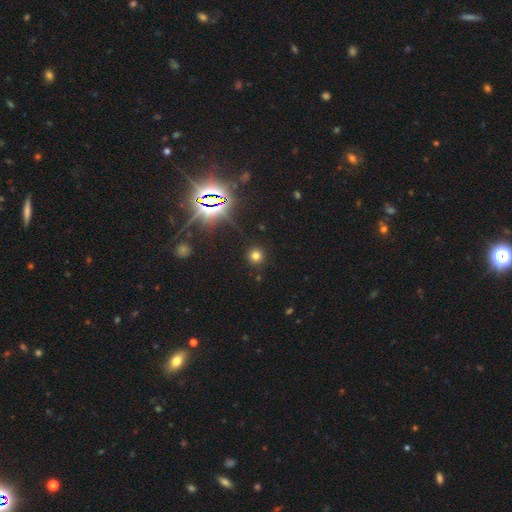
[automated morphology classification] type=smooth (70%); roundness=round (93%); merging=none (90%).